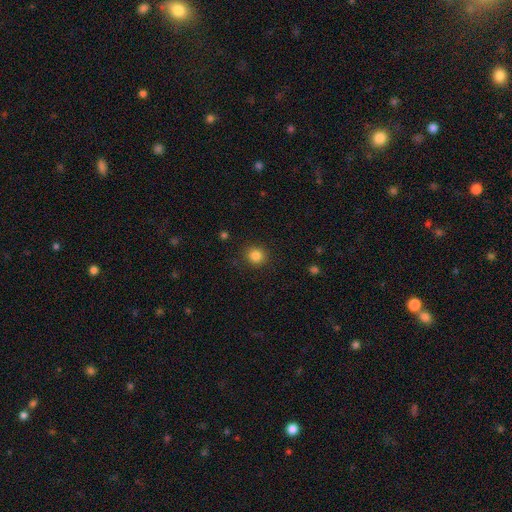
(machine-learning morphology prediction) Smooth or featured? Predicted: smooth (p=0.84). How rounded? Predicted: round (p=0.89). Merging? Predicted: none (p=0.90).